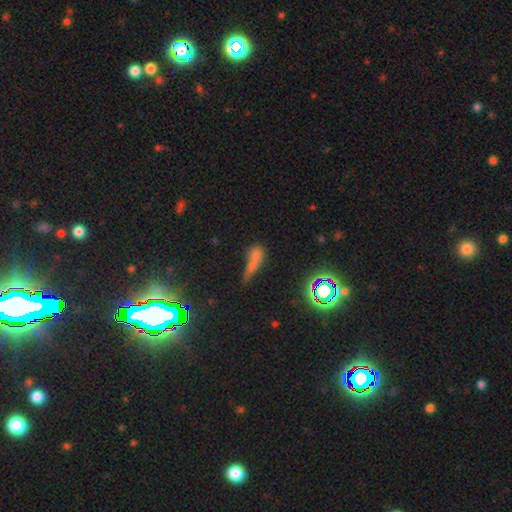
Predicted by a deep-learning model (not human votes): Smooth or featured?
  - smooth: 54% *
  - star or artifact: 29%
  - featured or disk: 17%
How rounded?
  - cigar-shaped: 45% *
  - in between: 38%
  - round: 17%
Merging?
  - none: 37% *
  - merger: 28%
  - minor disturbance: 19%
  - major disturbance: 16%